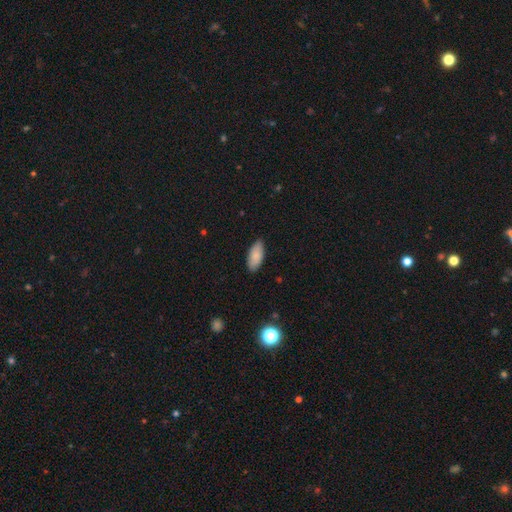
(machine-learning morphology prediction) Q: Smooth or featured?
A: smooth (85%); runner-up: featured or disk (9%)
Q: How rounded?
A: in between (90%); runner-up: cigar-shaped (8%)
Q: Merging?
A: none (84%); runner-up: minor disturbance (13%)